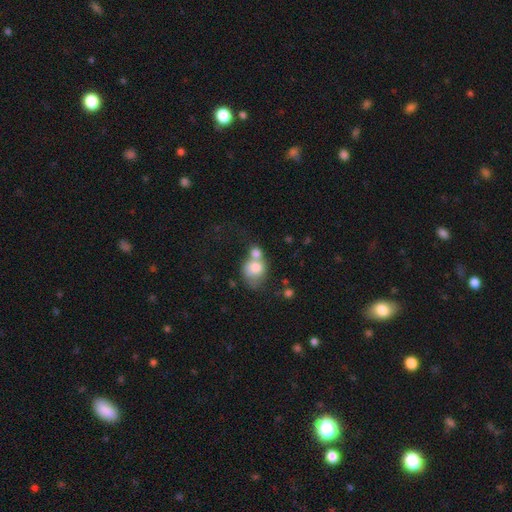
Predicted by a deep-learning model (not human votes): The model was most divided on "merging": merger: 56%, none: 25%, minor disturbance: 11%, major disturbance: 9%. More confident: smooth or featured — smooth (69%); how rounded — round (66%).